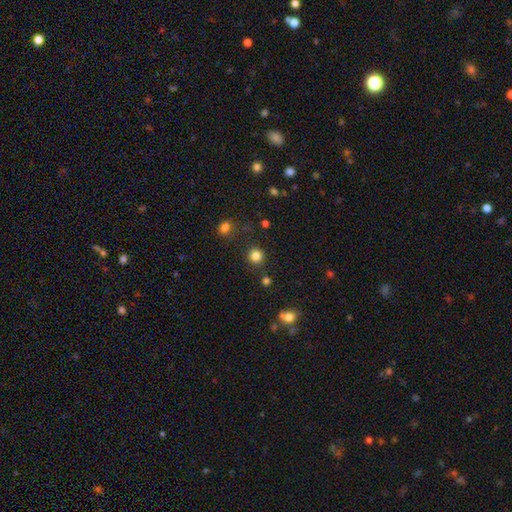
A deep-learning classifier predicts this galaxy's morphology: A smooth galaxy with no disk features (83%) that is round (93%).

Vote fractions:
- Smooth or featured? smooth: 83% / star or artifact: 13% / featured or disk: 4%
- How rounded? round: 93% / in between: 6% / cigar-shaped: 1%
- Merging? none: 87% / minor disturbance: 7% / merger: 3% / major disturbance: 3%